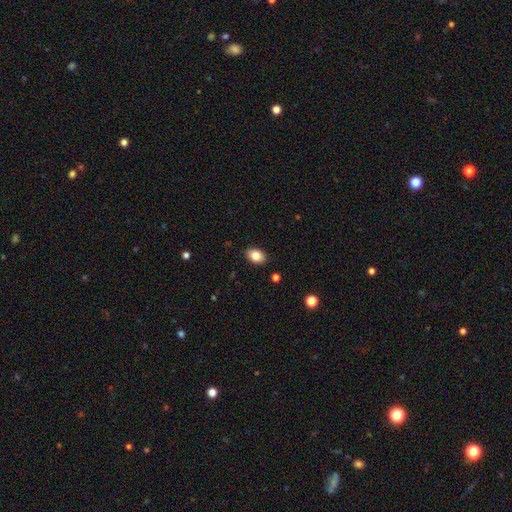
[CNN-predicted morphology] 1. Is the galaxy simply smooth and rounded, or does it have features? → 83% smooth, 8% star or artifact, 8% featured or disk.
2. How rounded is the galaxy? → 80% in between, 19% round, 1% cigar-shaped.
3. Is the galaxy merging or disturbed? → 88% none, 9% minor disturbance, 2% major disturbance, 1% merger.